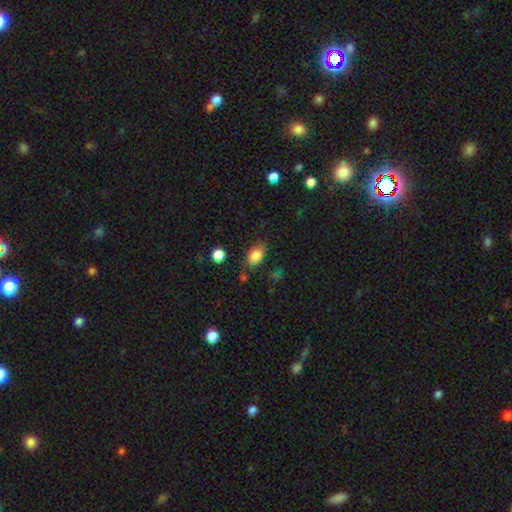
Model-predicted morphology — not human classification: Smooth or featured: smooth — 82% (star or artifact — 10%)
How rounded: in between — 81% (round — 17%)
Merging: none — 71% (minor disturbance — 19%)